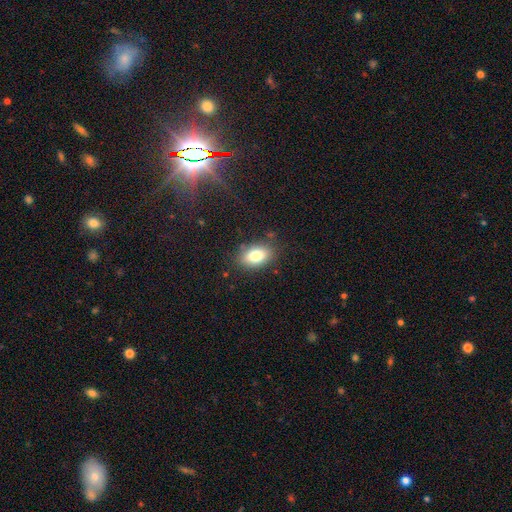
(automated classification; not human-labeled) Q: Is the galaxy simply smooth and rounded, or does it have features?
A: smooth — 80%.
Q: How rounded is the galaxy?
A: in between — 86%.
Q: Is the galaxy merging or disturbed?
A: none — 83%.